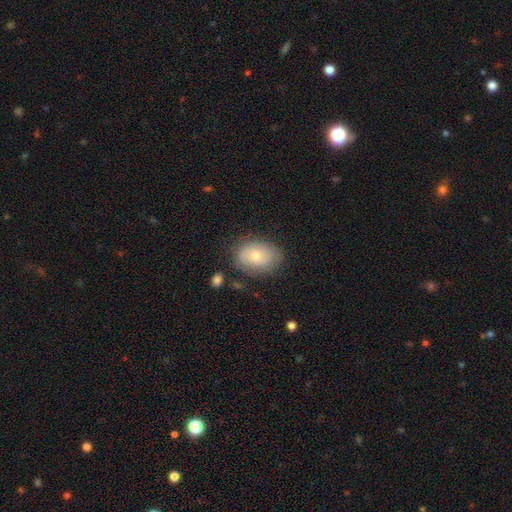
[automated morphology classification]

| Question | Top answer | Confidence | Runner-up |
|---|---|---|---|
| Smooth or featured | smooth | 58% | featured or disk (34%) |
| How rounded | in between | 76% | round (23%) |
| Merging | none | 75% | minor disturbance (18%) |